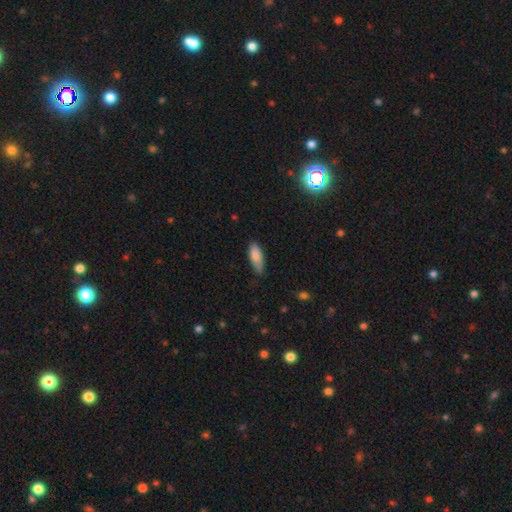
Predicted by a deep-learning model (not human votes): Smooth or featured? Predicted: smooth (p=0.85). How rounded? Predicted: in between (p=0.71). Merging? Predicted: none (p=0.70).